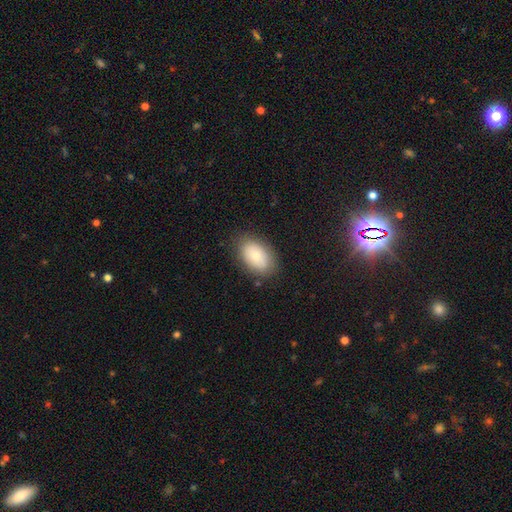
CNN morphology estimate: Smooth or featured: smooth — 81% (featured or disk — 12%)
How rounded: in between — 92% (round — 7%)
Merging: none — 82% (minor disturbance — 13%)